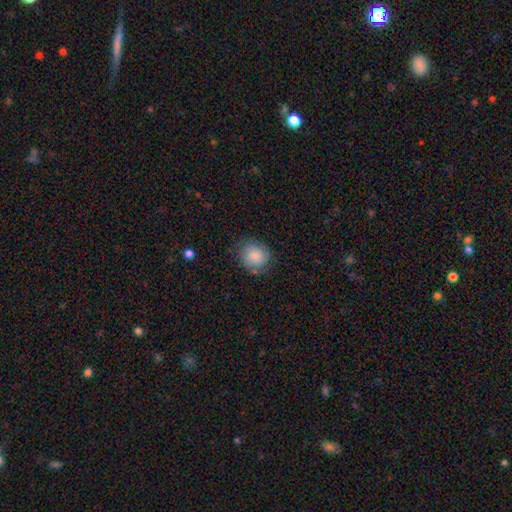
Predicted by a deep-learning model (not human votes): smooth 72%, featured or disk 19%, star or artifact 9%. Down the decision tree: how rounded — round (81%); merging — none (75%).